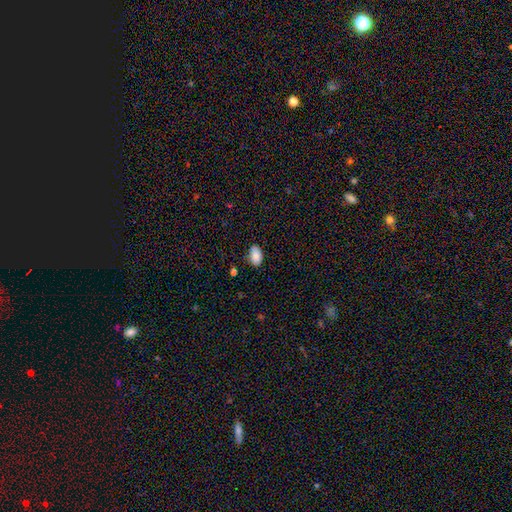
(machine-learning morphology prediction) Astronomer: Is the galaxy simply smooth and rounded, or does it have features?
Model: smooth — 88%.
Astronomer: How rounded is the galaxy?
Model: in between — 92%.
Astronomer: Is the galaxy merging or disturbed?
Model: none — 81%.